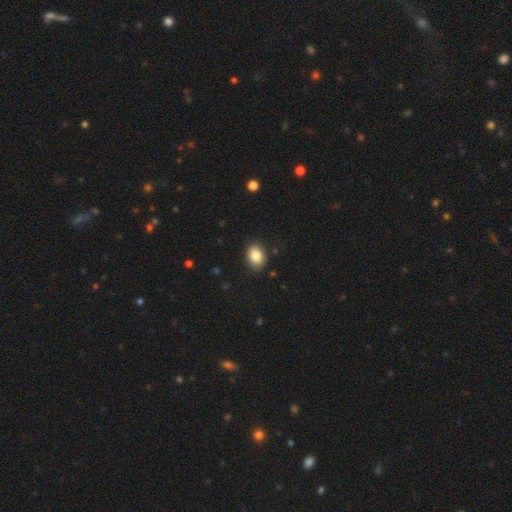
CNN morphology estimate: smooth 85%, star or artifact 8%, featured or disk 7%. Down the decision tree: how rounded — in between (77%); merging — none (86%).